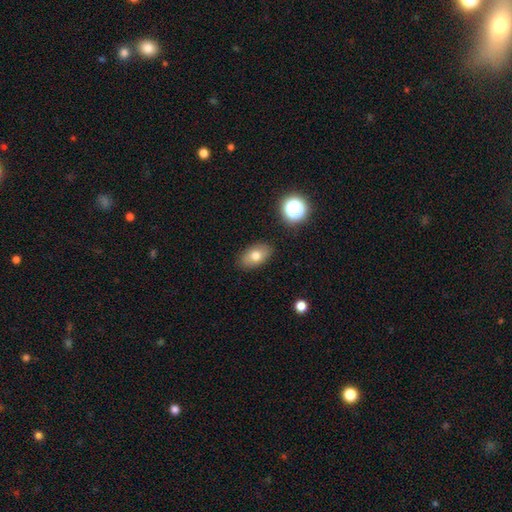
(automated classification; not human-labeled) The model was most divided on "smooth or featured": smooth: 74%, featured or disk: 16%, star or artifact: 10%. More confident: how rounded — in between (87%); merging — none (85%).